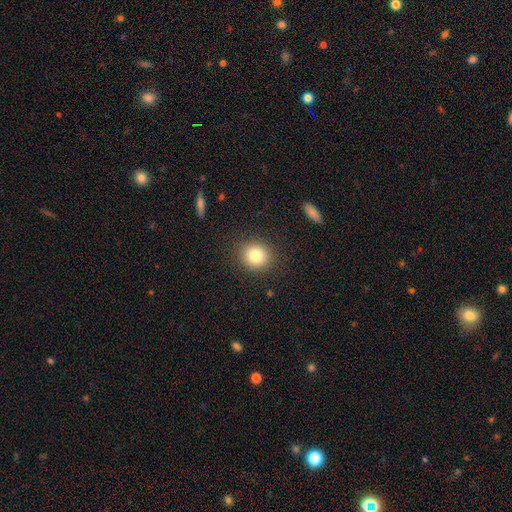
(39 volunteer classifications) This is clearly a smooth galaxy (87%). How rounded: clearly round (82%). Merging: clearly none (92%).